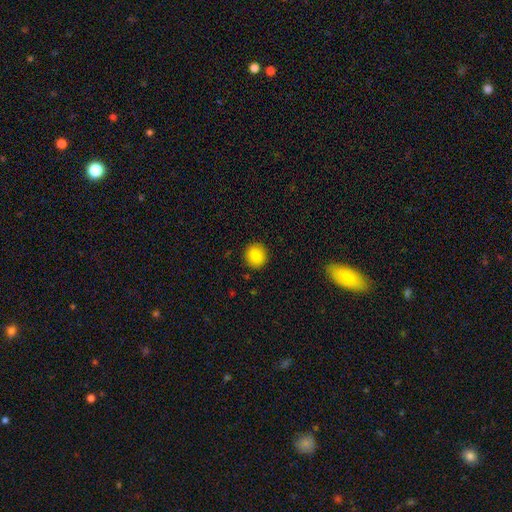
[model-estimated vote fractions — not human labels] A smooth galaxy with no disk features (87%) that is round (86%).

Vote fractions:
- Smooth or featured? smooth: 87% / star or artifact: 9% / featured or disk: 5%
- How rounded? round: 86% / in between: 13% / cigar-shaped: 1%
- Merging? none: 91% / minor disturbance: 6% / major disturbance: 2% / merger: 1%